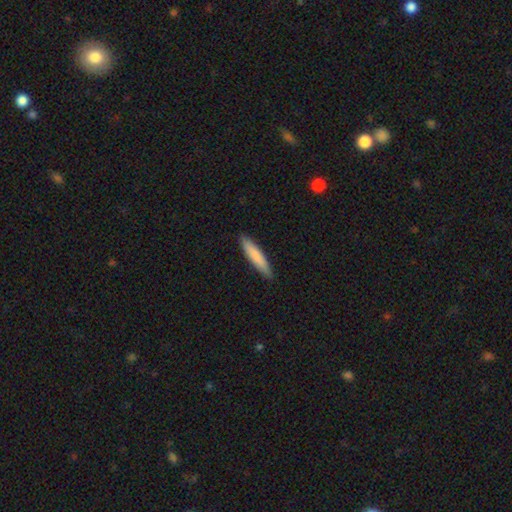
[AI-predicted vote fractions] smooth 82%, featured or disk 13%, star or artifact 5%. Down the decision tree: how rounded — cigar-shaped (88%); merging — none (89%).